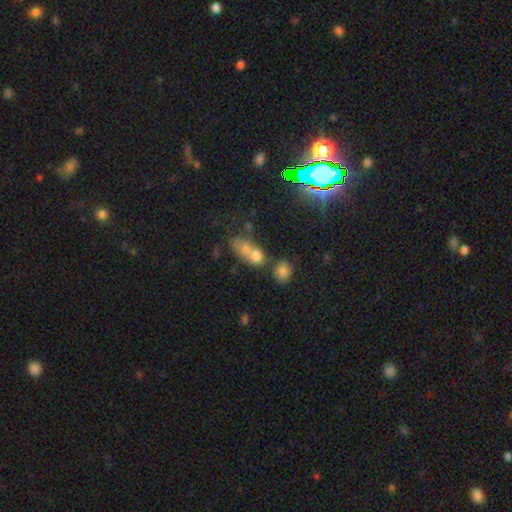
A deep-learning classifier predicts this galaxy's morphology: smooth_or_featured: smooth (p=0.68) [alt: featured or disk p=0.18]
how_rounded: in between (p=0.56) [alt: round p=0.40]
merging: merger (p=0.63) [alt: none p=0.23]